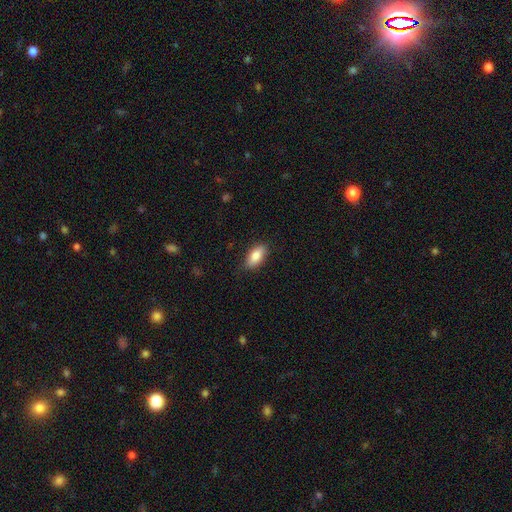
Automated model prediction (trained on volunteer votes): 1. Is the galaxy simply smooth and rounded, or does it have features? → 83% smooth, 10% featured or disk, 7% star or artifact.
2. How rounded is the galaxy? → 87% in between, 10% cigar-shaped, 3% round.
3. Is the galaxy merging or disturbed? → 83% none, 13% minor disturbance, 3% major disturbance, 1% merger.